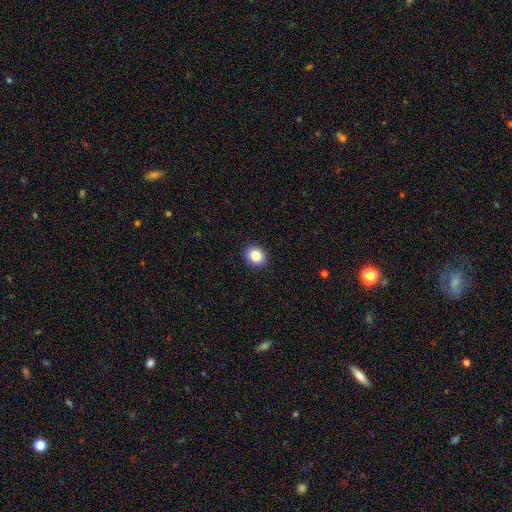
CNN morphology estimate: Overall: smooth (84%). How rounded: round (57%; in between 42%). Merging: none (91%).